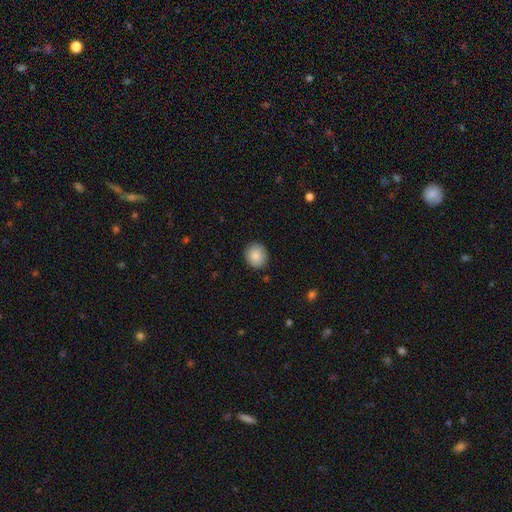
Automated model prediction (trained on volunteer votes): Smooth or featured? smooth (86%)
How rounded? round (80%)
Merging? none (89%)